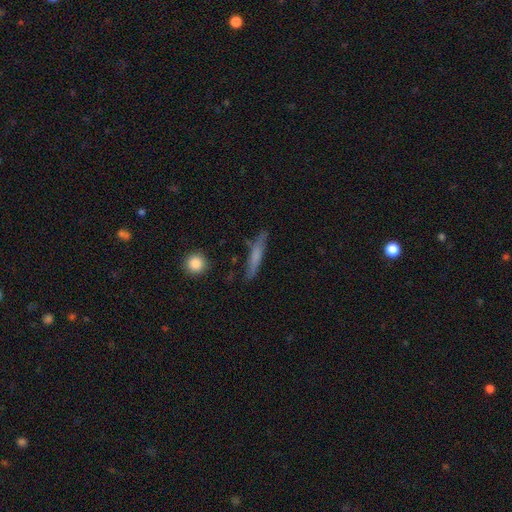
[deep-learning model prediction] smooth_or_featured: smooth (p=0.59) [alt: featured or disk p=0.33]
how_rounded: cigar-shaped (p=0.91) [alt: in between p=0.07]
merging: none (p=0.82) [alt: minor disturbance p=0.13]